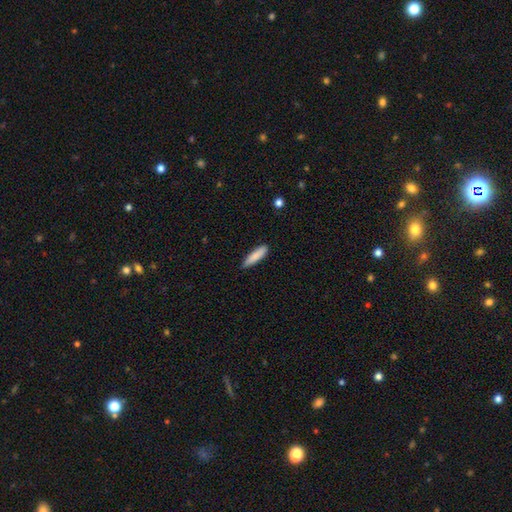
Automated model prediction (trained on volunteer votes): This appears to be a smooth galaxy with no disk features (86%) that is cigar-shaped (76%). Merging: none (85%).